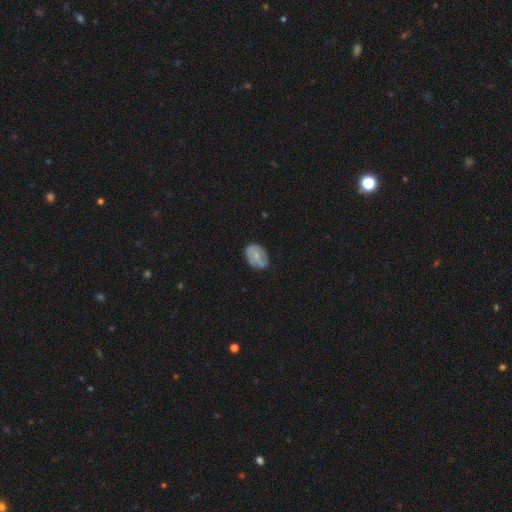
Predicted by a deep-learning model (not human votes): smooth_or_featured: smooth (p=0.54) [alt: featured or disk p=0.38]
how_rounded: in between (p=0.79) [alt: round p=0.20]
merging: none (p=0.70) [alt: minor disturbance p=0.23]